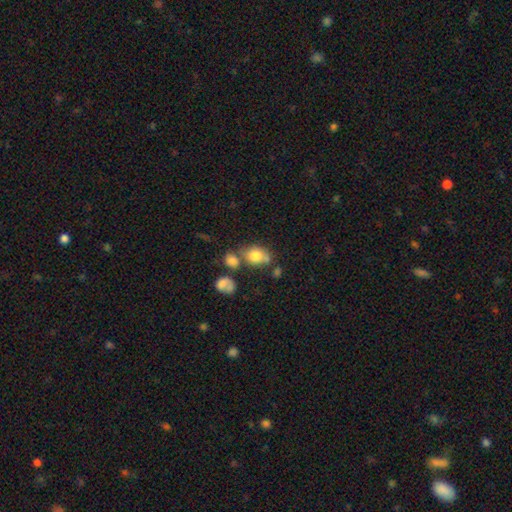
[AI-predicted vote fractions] This appears to be a smooth galaxy with no disk features (77%) that is in between round and cigar-shaped (61%). Merging: none (45%).